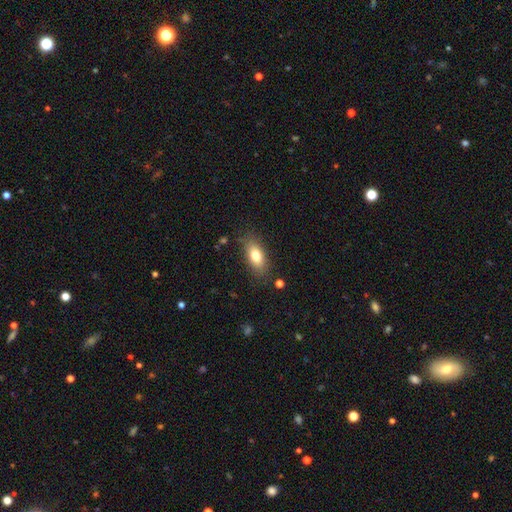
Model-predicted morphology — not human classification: Overall: smooth (78%). How rounded: in between (85%). Merging: none (81%).